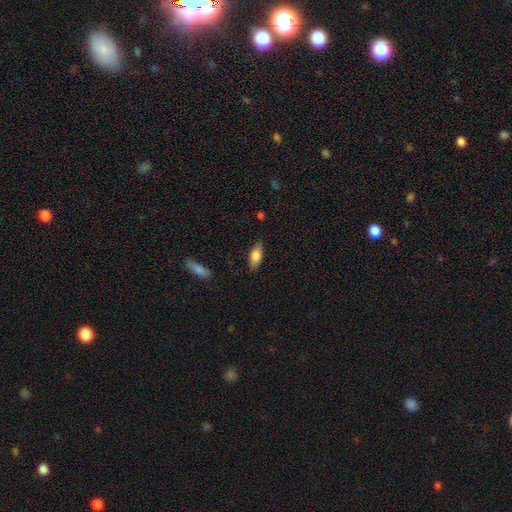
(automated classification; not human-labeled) Morphology: type=smooth (79%); roundness=in between (78%); merging=none (83%).